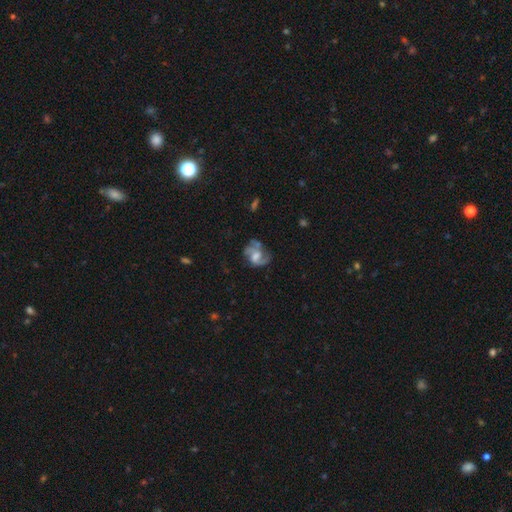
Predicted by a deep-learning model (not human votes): Overall: featured or disk (74%). Edge-on disk: no (98%). Bar: no (46%; weak 43%). Spiral arms: yes (88%). Spiral arm count: 2 (58%). Spiral winding: medium (48%; loose 34%). Bulge size: moderate (40%; small 21%). Merging: none (50%; major disturbance 23%).